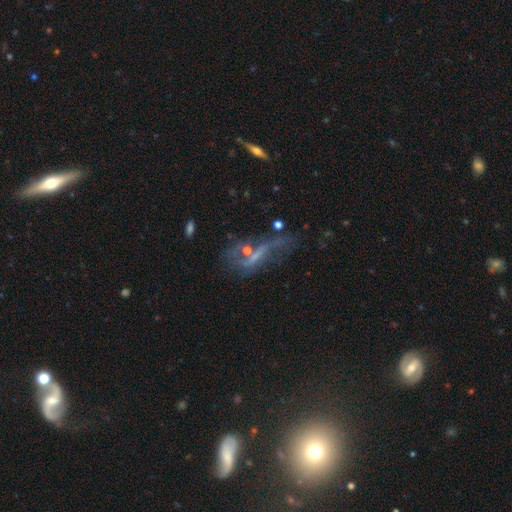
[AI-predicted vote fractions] A featured or disk galaxy (57%). Merging: major disturbance (37%).